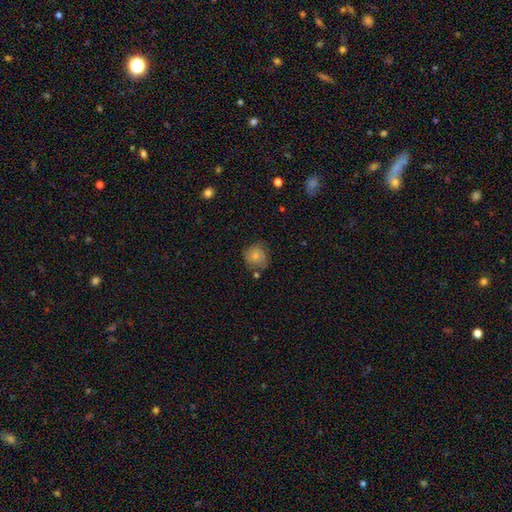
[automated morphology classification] smooth 73%, featured or disk 19%, star or artifact 9%. Down the decision tree: how rounded — round (83%); merging — none (63%).